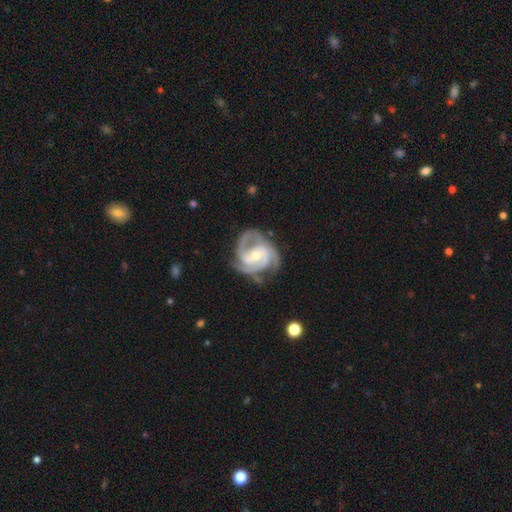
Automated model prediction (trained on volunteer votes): A featured or disk galaxy (92%) with a weak bar (45%), 3 (60%) medium (48%) spiral arms (98%) and a small central bulge (48%, tied with moderate). Merging: none (67%).